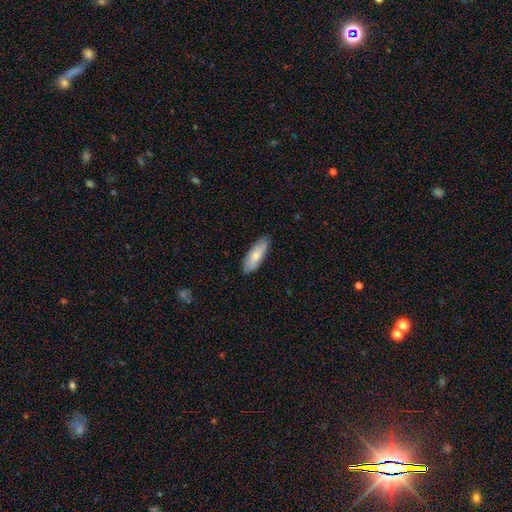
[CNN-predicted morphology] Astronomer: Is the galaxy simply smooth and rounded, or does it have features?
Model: smooth — 75%.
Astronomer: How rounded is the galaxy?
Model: in between — 68%.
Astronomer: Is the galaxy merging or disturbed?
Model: none — 84%.